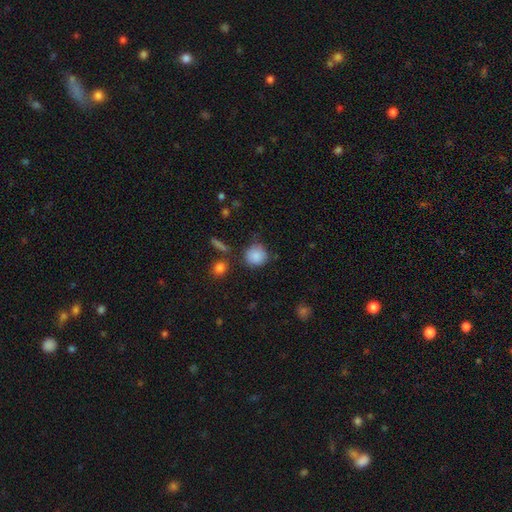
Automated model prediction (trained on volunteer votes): smooth_or_featured: smooth (p=0.86) [alt: star or artifact p=0.09]
how_rounded: round (p=0.89) [alt: in between p=0.10]
merging: none (p=0.73) [alt: minor disturbance p=0.18]